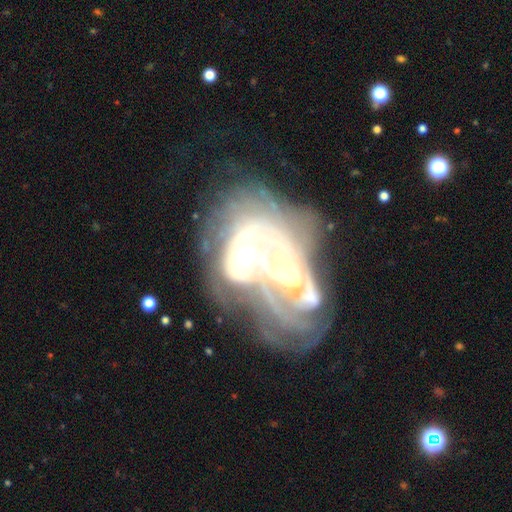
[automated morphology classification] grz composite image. It shows a featured or disk galaxy (78%) with no bar (74%), spiral arms (53%) and a moderate central bulge (53%). Merging: merger (73%).